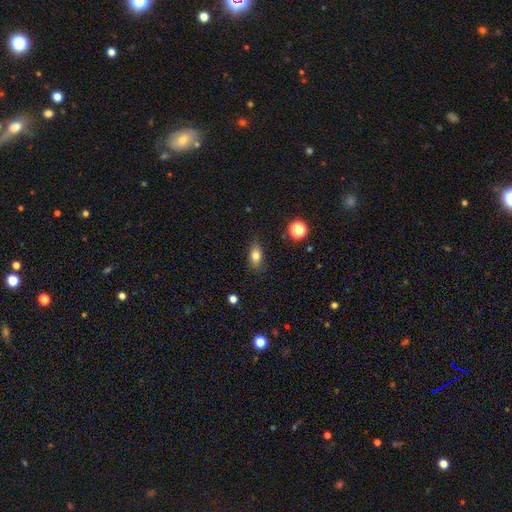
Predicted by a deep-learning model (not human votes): Overall: smooth (78%). How rounded: in between (82%). Merging: none (80%).